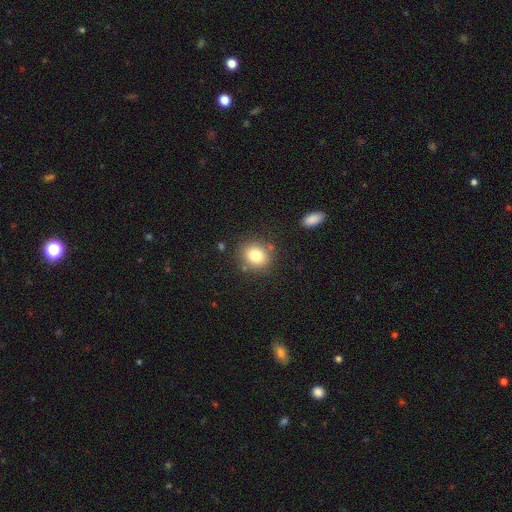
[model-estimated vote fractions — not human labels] This is clearly a smooth galaxy (80%). How rounded: likely round (69%). Merging: clearly none (82%).